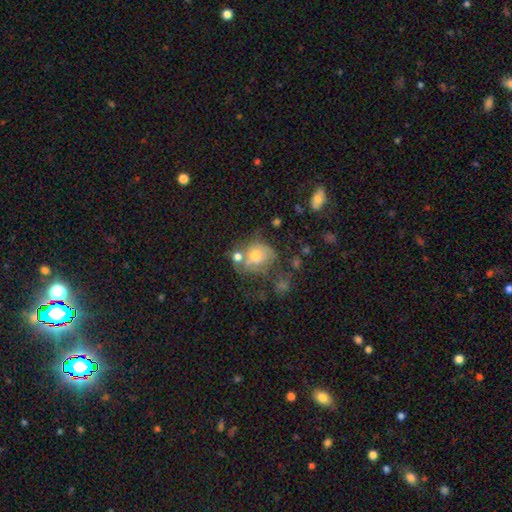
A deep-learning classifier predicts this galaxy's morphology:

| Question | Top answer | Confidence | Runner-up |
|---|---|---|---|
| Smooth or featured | smooth | 57% | featured or disk (32%) |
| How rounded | round | 65% | in between (34%) |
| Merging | none | 36% | merger (27%) |